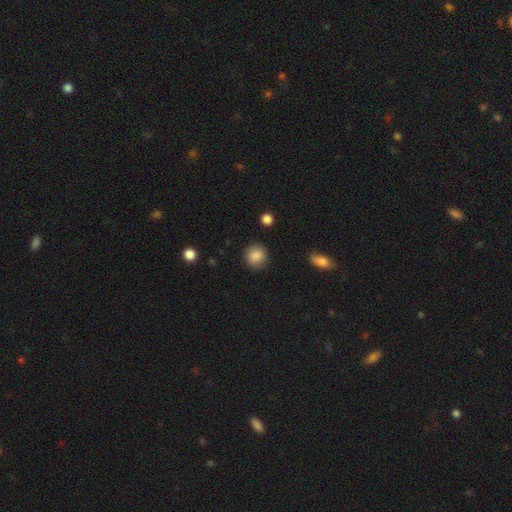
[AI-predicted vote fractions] This appears to be a smooth galaxy with no disk features (87%) that is round (85%). Merging: none (86%).